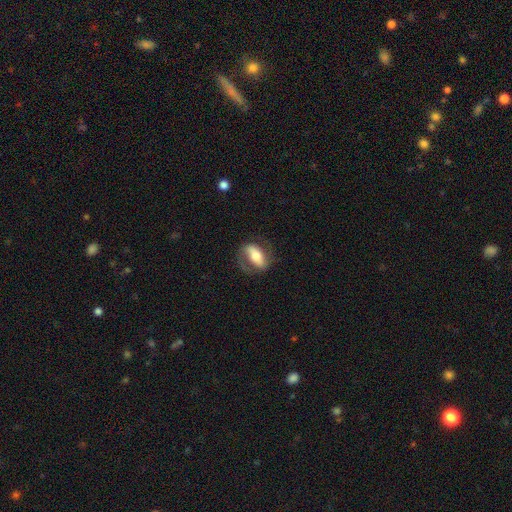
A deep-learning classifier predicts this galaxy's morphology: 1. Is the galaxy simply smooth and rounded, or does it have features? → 59% featured or disk, 34% smooth, 6% star or artifact.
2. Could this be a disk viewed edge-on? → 88% no, 12% yes.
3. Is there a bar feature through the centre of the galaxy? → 54% strong, 23% weak, 22% no.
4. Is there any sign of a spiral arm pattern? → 74% yes, 26% no.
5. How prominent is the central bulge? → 53% moderate, 22% large, 18% small, 4% dominant, 3% none.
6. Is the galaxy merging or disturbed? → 69% none, 18% minor disturbance, 12% major disturbance, 1% merger.